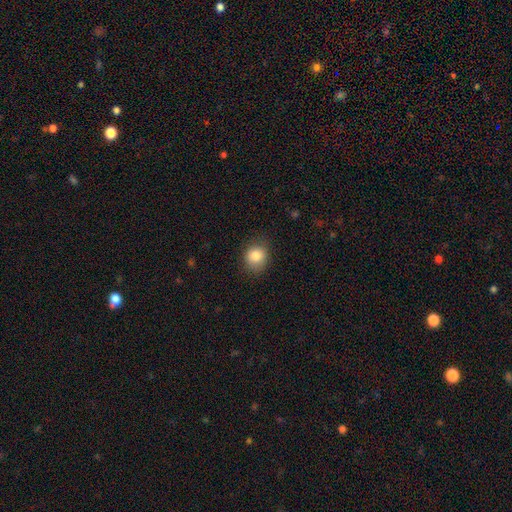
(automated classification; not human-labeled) The model was most divided on "how rounded": round: 79%, in between: 20%, cigar-shaped: 1%. More confident: smooth or featured — smooth (84%); merging — none (81%).